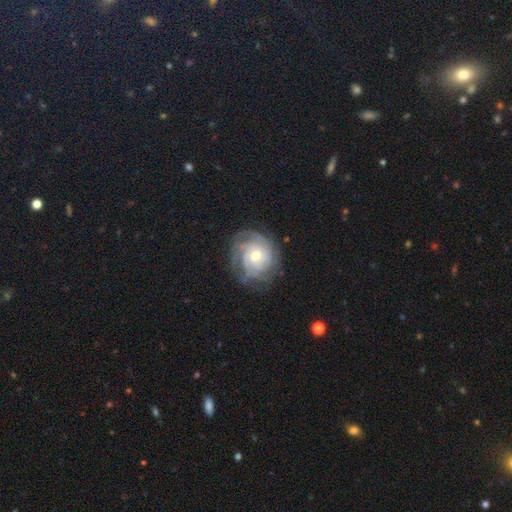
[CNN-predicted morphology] smooth_or_featured: featured or disk (p=0.82) [alt: smooth p=0.12]
disk_edge_on: no (p=0.97) [alt: yes p=0.03]
bar: no (p=0.67) [alt: weak p=0.28]
has_spiral_arms: yes (p=0.95) [alt: no p=0.05]
spiral_winding: tight (p=0.71) [alt: medium p=0.23]
spiral_arm_count: can't tell (p=0.38) [alt: 3 p=0.19]
bulge_size: moderate (p=0.57) [alt: small p=0.37]
merging: none (p=0.75) [alt: minor disturbance p=0.17]